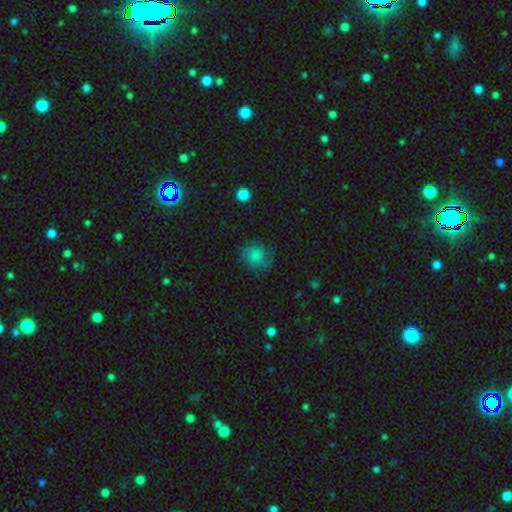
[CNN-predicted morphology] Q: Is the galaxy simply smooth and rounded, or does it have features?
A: smooth — 48%.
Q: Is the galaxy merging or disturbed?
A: none — 66%.